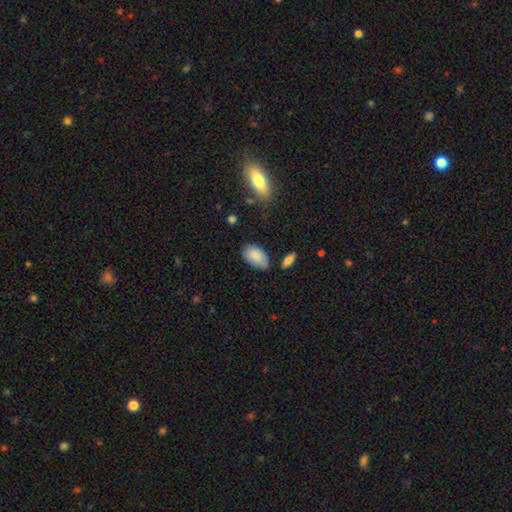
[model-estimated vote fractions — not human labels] Morphology: type=smooth (85%); roundness=in between (94%); merging=none (75%).